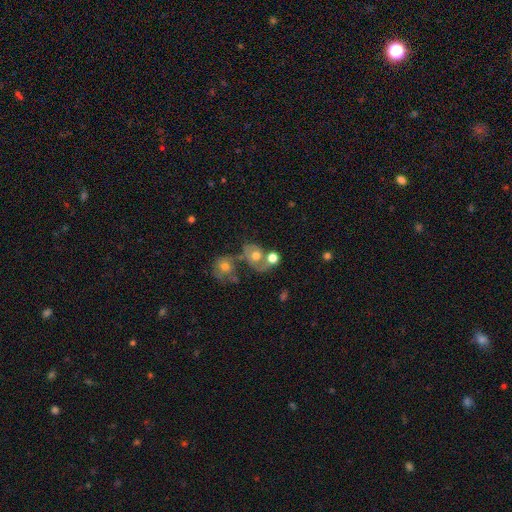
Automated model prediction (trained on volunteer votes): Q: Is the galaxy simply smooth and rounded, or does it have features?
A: smooth — 55%.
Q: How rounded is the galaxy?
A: round — 51%.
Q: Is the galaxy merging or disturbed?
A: merger — 42%.